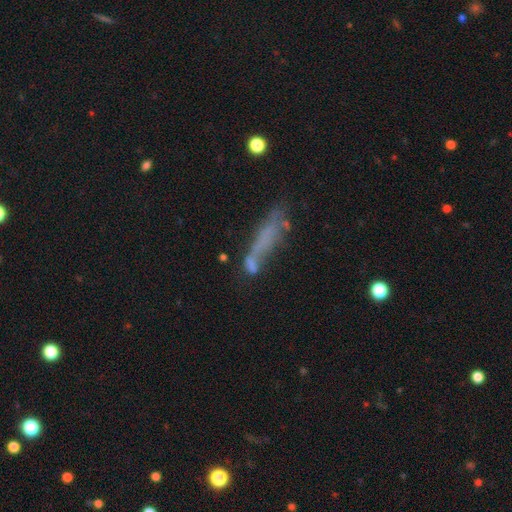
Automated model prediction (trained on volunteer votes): Smooth or featured? Predicted: smooth (p=0.45). Merging? Predicted: none (p=0.39).